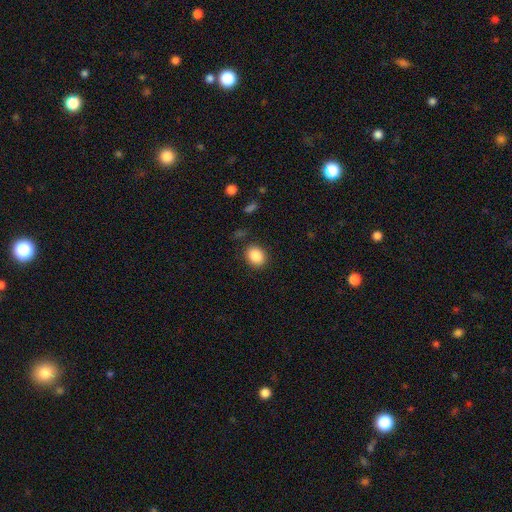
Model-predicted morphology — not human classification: A smooth galaxy with no disk features (87%) that is in between round and cigar-shaped (52%).

Vote fractions:
- Smooth or featured? smooth: 87% / star or artifact: 8% / featured or disk: 5%
- How rounded? in between: 52% / round: 47% / cigar-shaped: 1%
- Merging? none: 86% / minor disturbance: 9% / major disturbance: 3% / merger: 2%